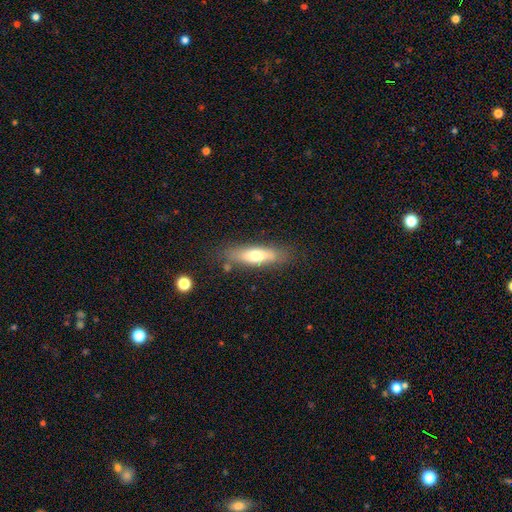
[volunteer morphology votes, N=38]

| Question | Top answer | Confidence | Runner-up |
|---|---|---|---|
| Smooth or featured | smooth | 68% | featured or disk (24%) |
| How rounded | in between | 54% | cigar-shaped (46%) |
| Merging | none | 77% | minor disturbance (17%) |